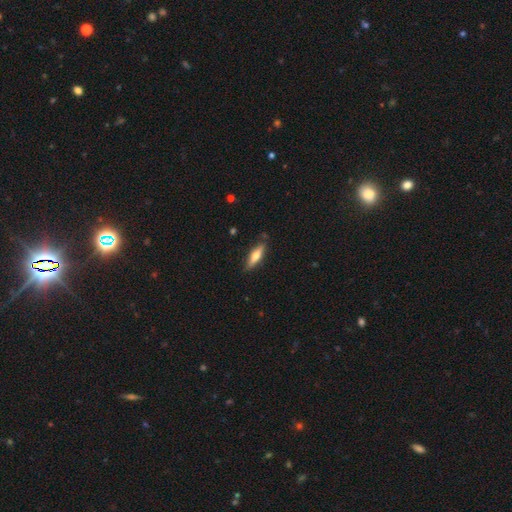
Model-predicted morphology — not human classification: Overall: smooth (57%; featured or disk 37%). How rounded: cigar-shaped (62%; in between 36%). Merging: none (83%).